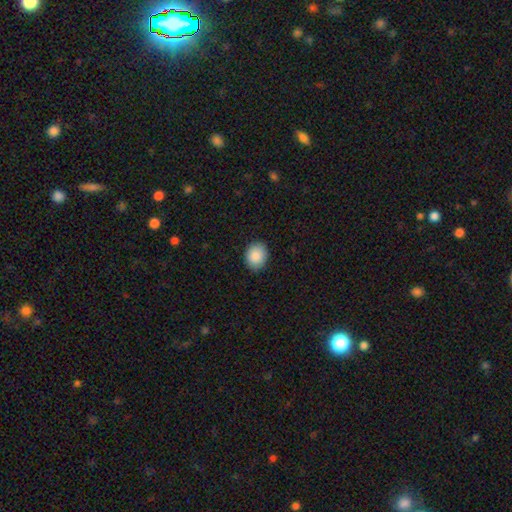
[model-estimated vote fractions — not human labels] Q: Smooth or featured?
A: smooth (89%); runner-up: star or artifact (7%)
Q: How rounded?
A: round (56%); runner-up: in between (43%)
Q: Merging?
A: none (88%); runner-up: minor disturbance (9%)